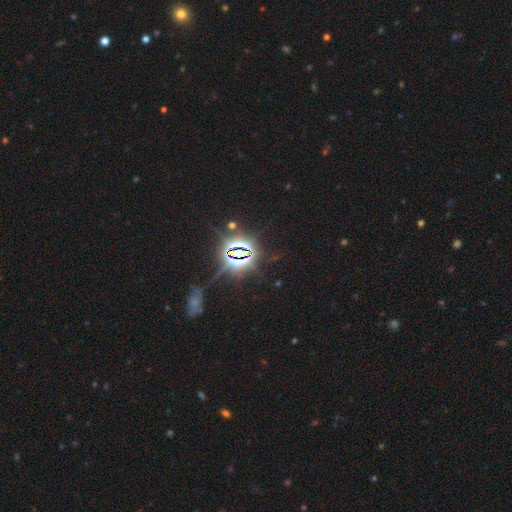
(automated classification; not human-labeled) Q: Smooth or featured?
A: star or artifact (84%); runner-up: smooth (9%)